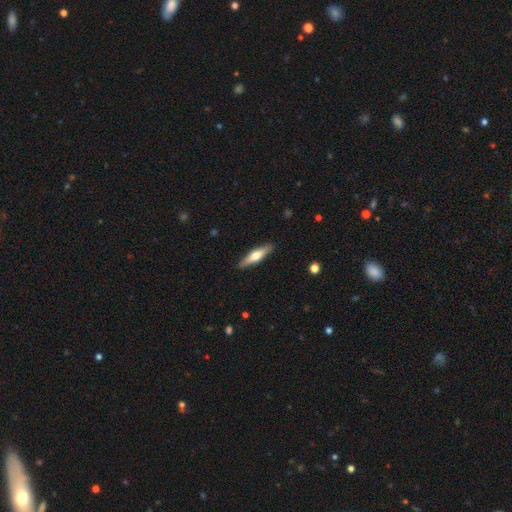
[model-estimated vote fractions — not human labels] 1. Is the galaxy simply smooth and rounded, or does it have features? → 47% featured or disk (tied), 47% smooth (tied), 5% star or artifact.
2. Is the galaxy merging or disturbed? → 90% none, 7% minor disturbance, 2% major disturbance, 1% merger.